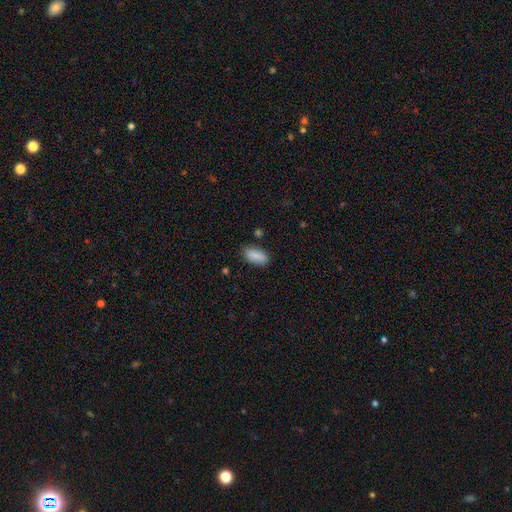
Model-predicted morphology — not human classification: This is clearly a smooth galaxy (87%). How rounded: clearly in between (90%). Merging: clearly none (82%).